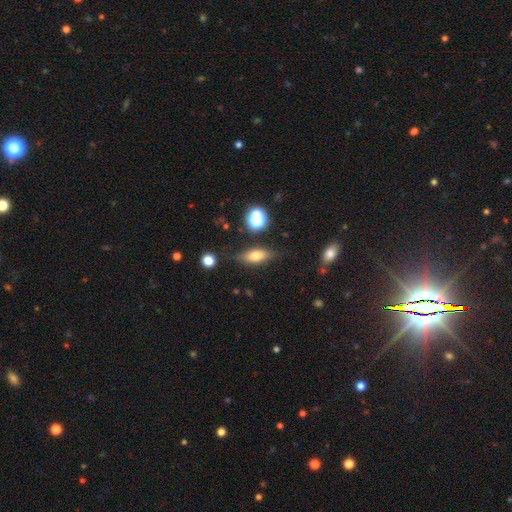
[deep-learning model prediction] A smooth galaxy with no disk features (67%) that is in between round and cigar-shaped (70%). Merging: none (78%).